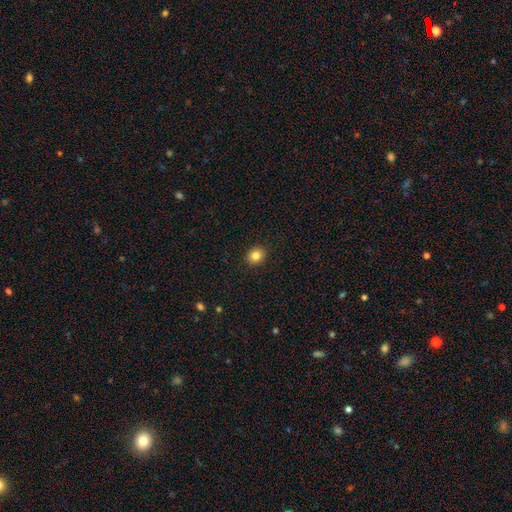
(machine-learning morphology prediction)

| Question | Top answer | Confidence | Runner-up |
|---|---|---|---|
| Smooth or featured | smooth | 84% | star or artifact (11%) |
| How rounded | round | 67% | in between (32%) |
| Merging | none | 91% | minor disturbance (6%) |